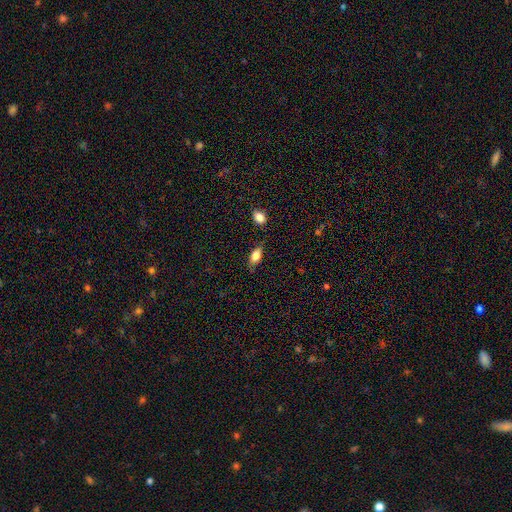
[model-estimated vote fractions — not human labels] The model was most divided on "merging": none: 74%, minor disturbance: 19%, major disturbance: 4%, merger: 3%. More confident: how rounded — in between (85%); smooth or featured — smooth (79%).